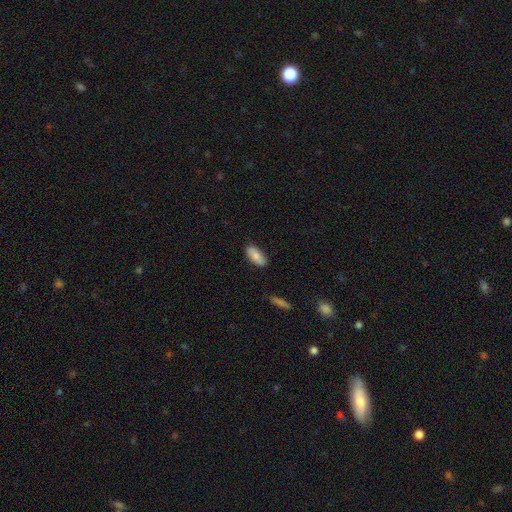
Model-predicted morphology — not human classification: Smooth or featured? smooth (82%)
How rounded? in between (89%)
Merging? none (85%)